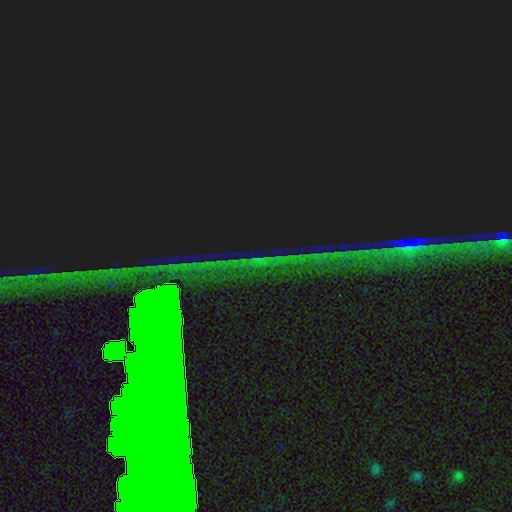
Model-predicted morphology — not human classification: star or artifact 85%, featured or disk 8%, smooth 7%.